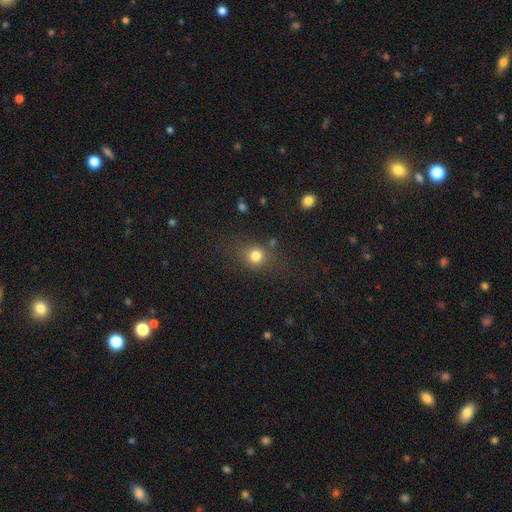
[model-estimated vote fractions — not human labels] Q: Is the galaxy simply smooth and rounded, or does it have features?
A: smooth — 78%.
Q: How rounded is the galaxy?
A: round — 75%.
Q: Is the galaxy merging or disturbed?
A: none — 72%.